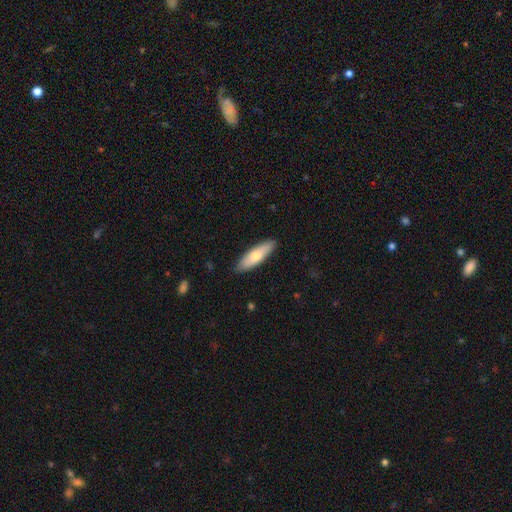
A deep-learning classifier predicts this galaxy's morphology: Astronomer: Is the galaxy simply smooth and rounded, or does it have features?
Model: smooth — 69%.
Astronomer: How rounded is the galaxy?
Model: cigar-shaped — 55% (runner-up: in between, 43%).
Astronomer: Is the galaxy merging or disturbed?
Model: none — 87%.